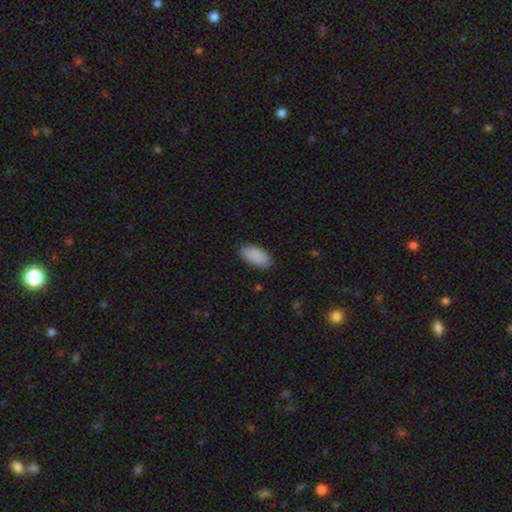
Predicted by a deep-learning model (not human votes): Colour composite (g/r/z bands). It shows a smooth galaxy with no disk features (89%) that is in between round and cigar-shaped (93%). Merging: none (84%).